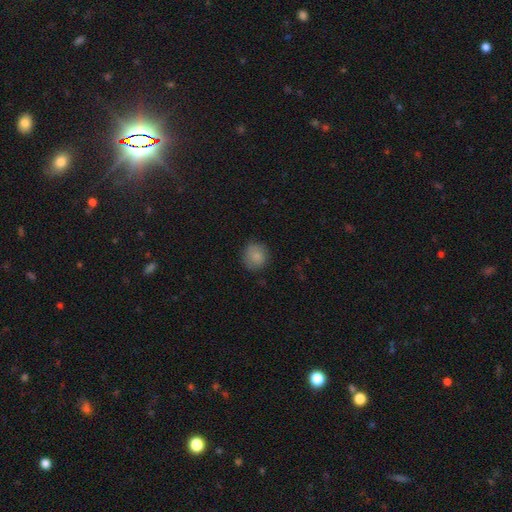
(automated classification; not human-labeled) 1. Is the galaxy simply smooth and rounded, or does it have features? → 84% smooth, 8% star or artifact, 7% featured or disk.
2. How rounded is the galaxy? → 88% round, 11% in between, 1% cigar-shaped.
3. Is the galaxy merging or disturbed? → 81% none, 14% minor disturbance, 3% major disturbance, 1% merger.